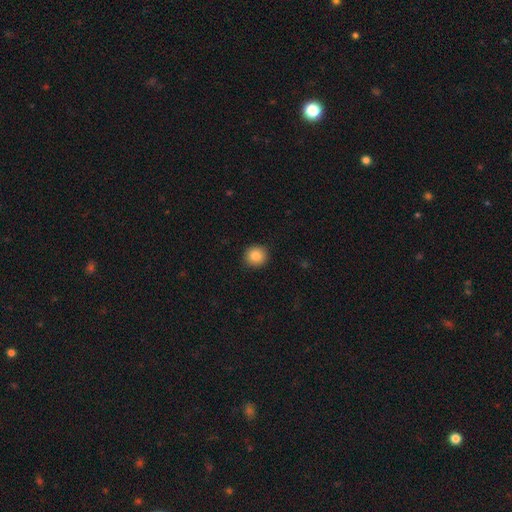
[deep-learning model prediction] Smooth or featured: smooth — 84% (star or artifact — 9%)
How rounded: round — 91% (in between — 9%)
Merging: none — 91% (minor disturbance — 6%)